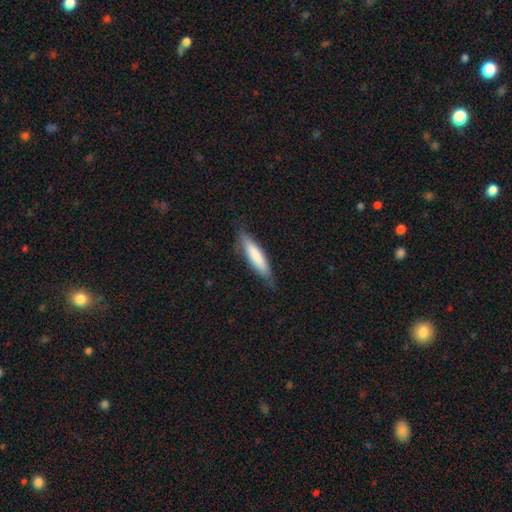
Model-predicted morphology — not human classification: This is likely a smooth galaxy (73%). How rounded: likely cigar-shaped (78%). Merging: likely none (77%).